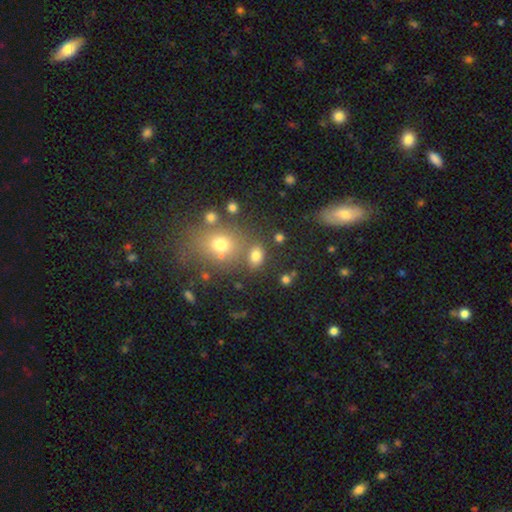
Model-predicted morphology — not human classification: Q: Smooth or featured?
A: smooth (75%); runner-up: star or artifact (17%)
Q: How rounded?
A: in between (68%); runner-up: round (30%)
Q: Merging?
A: none (67%); runner-up: merger (15%)